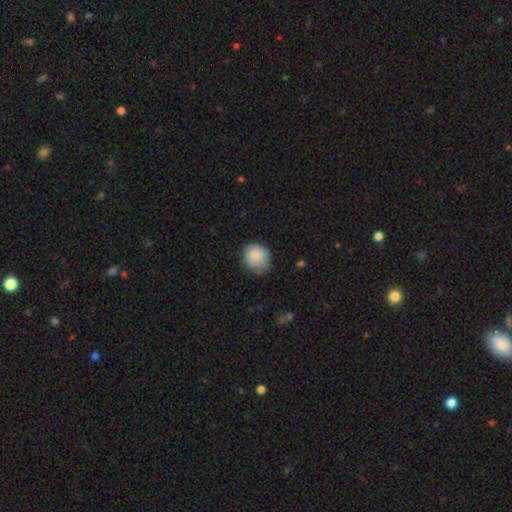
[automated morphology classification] Smooth or featured?
  - smooth: 85% *
  - featured or disk: 8%
  - star or artifact: 7%
How rounded?
  - round: 72% *
  - in between: 27%
  - cigar-shaped: 1%
Merging?
  - none: 67% *
  - minor disturbance: 25%
  - major disturbance: 6%
  - merger: 2%